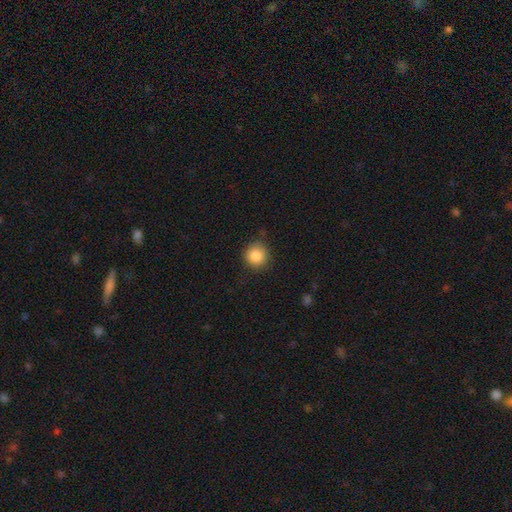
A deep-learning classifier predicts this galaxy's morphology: type=smooth (86%); roundness=round (92%); merging=none (81%).